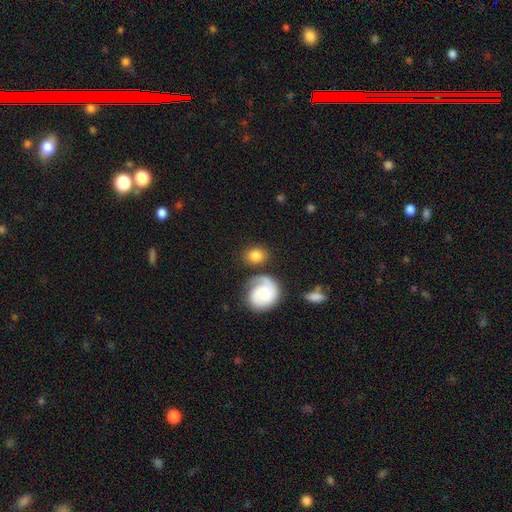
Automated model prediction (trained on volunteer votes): Smooth or featured?
  - smooth: 74% *
  - featured or disk: 18%
  - star or artifact: 8%
How rounded?
  - round: 69% *
  - in between: 30%
  - cigar-shaped: 1%
Merging?
  - none: 66% *
  - minor disturbance: 15%
  - merger: 12%
  - major disturbance: 7%